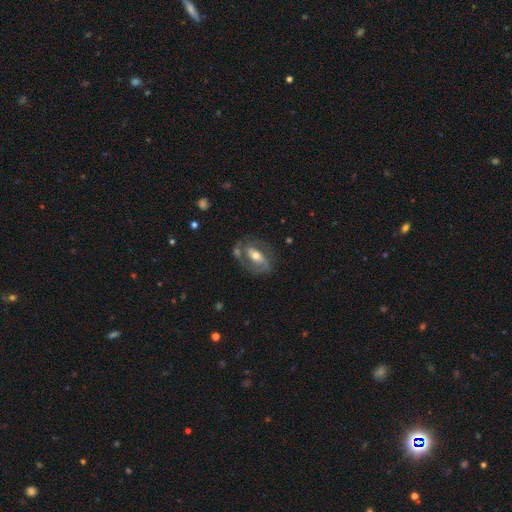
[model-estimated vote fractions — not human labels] Morphology: type=featured or disk (72%); edge-on=no (94%); bar=weak (34%); spiral arms=yes (76%); winding=medium (44%); arm count=2 (70%); bulge=moderate (67%); merging=none (58%).